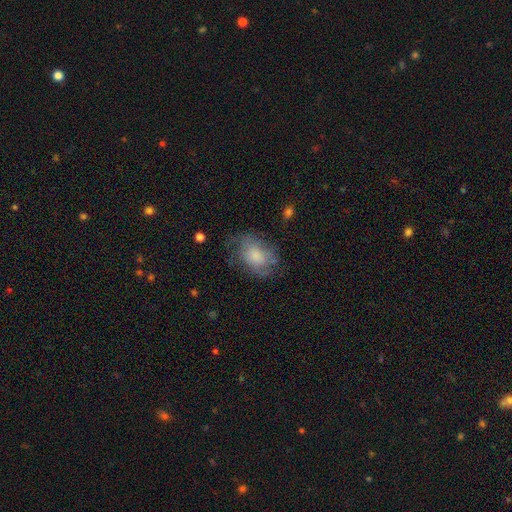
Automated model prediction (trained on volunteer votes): Smooth or featured: smooth — 57% (featured or disk — 35%)
How rounded: in between — 78% (round — 20%)
Merging: none — 52% (minor disturbance — 27%)